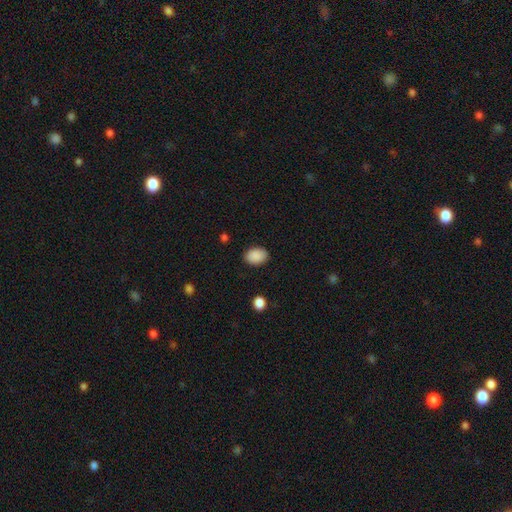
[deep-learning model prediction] This appears to be a smooth galaxy with no disk features (90%) that is in between round and cigar-shaped (80%). Merging: none (87%).